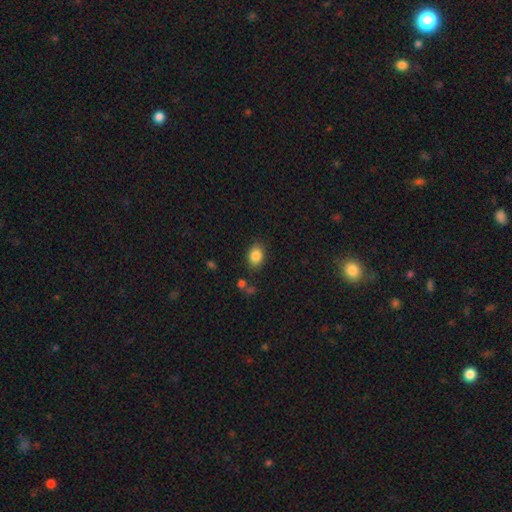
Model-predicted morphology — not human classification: smooth-or-featured: smooth: 85% | star or artifact: 9% | featured or disk: 6%
  how-rounded: in between: 71% | round: 28% | cigar-shaped: 1%
  merging: none: 82% | minor disturbance: 12% | major disturbance: 3% | merger: 3%